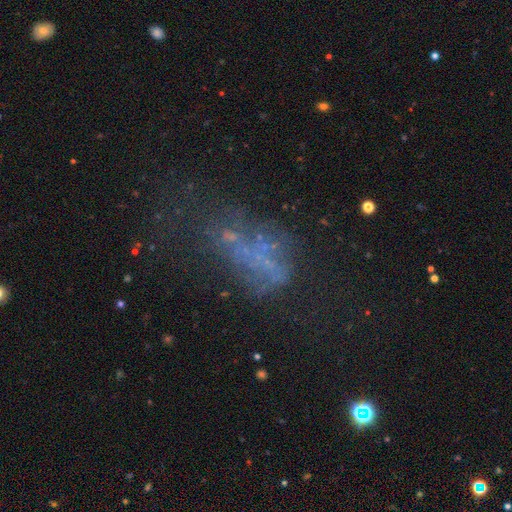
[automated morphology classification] smooth-or-featured: featured or disk: 42% | star or artifact: 31% | smooth: 27%
  merging: major disturbance: 37% | none: 33% | minor disturbance: 18% | merger: 12%